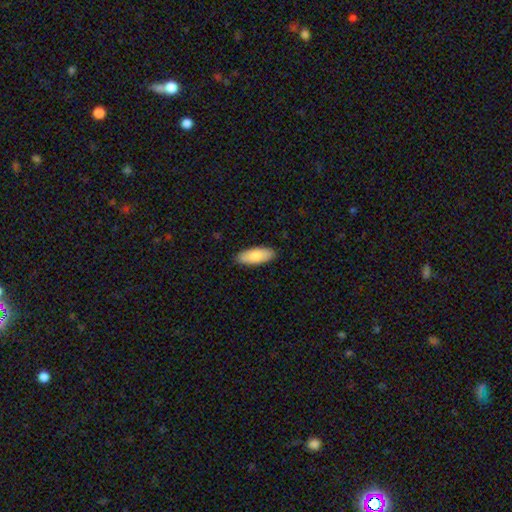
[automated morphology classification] smooth-or-featured: smooth: 82% | featured or disk: 12% | star or artifact: 5%
  how-rounded: in between: 77% | cigar-shaped: 21% | round: 2%
  merging: none: 89% | minor disturbance: 8% | major disturbance: 2% | merger: 1%